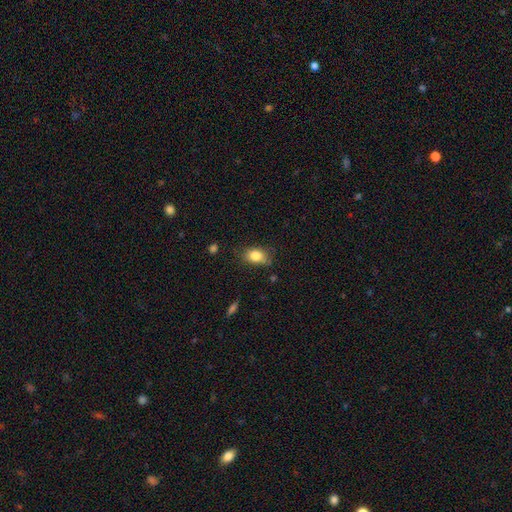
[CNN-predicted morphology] A smooth galaxy with no disk features (84%) that is in between round and cigar-shaped (74%).

Vote fractions:
- Smooth or featured? smooth: 84% / star or artifact: 9% / featured or disk: 8%
- How rounded? in between: 74% / round: 24% / cigar-shaped: 2%
- Merging? none: 71% / minor disturbance: 21% / major disturbance: 5% / merger: 3%